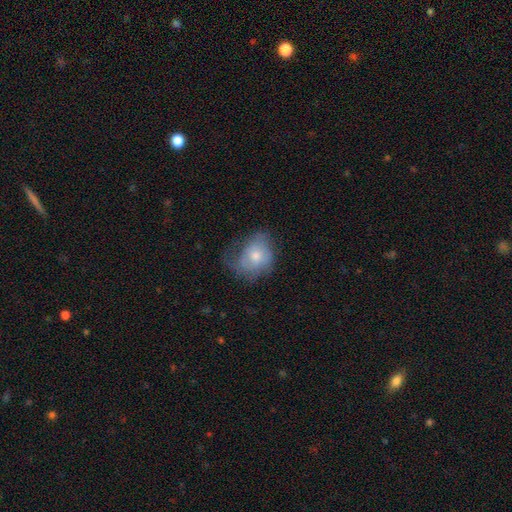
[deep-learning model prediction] smooth-or-featured: smooth: 58% | featured or disk: 34% | star or artifact: 8%
  how-rounded: in between: 55% | round: 44% | cigar-shaped: 1%
  merging: none: 37% | minor disturbance: 33% | major disturbance: 28% | merger: 2%